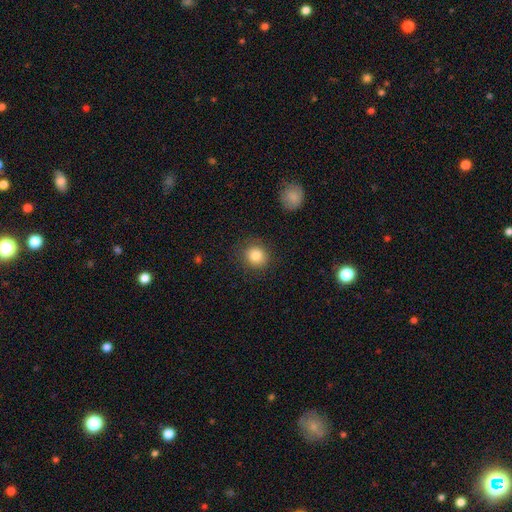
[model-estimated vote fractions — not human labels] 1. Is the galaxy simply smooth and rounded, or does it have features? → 83% smooth, 10% star or artifact, 7% featured or disk.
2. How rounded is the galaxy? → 88% round, 11% in between, 1% cigar-shaped.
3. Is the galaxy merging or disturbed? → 88% none, 8% minor disturbance, 3% major disturbance, 1% merger.